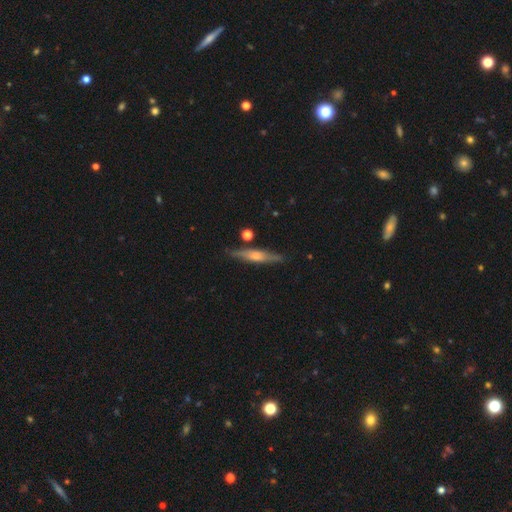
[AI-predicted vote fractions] This is possibly a featured or disk galaxy (58%). It is clearly viewed edge-on (94%). Edge-on bulge: likely rounded (72%). Merging: clearly none (84%).